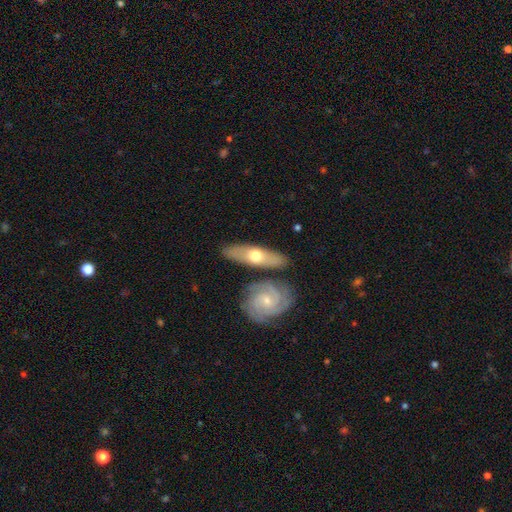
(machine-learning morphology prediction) The model was most divided on "edge-on disk": no: 56%, yes: 44%. More confident: merging — none (74%); smooth or featured — featured or disk (56%).